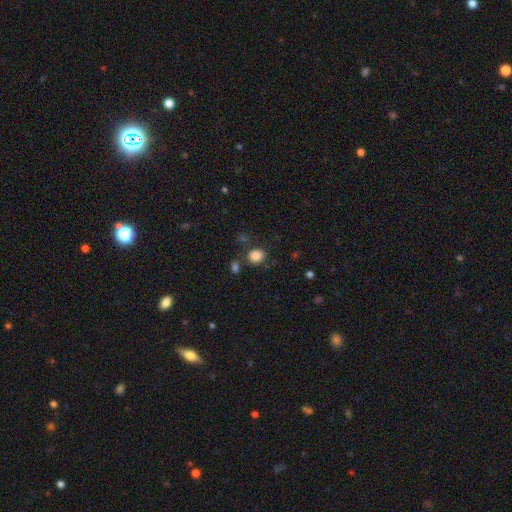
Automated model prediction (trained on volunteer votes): Smooth or featured? smooth (84%)
How rounded? round (61%)
Merging? none (77%)